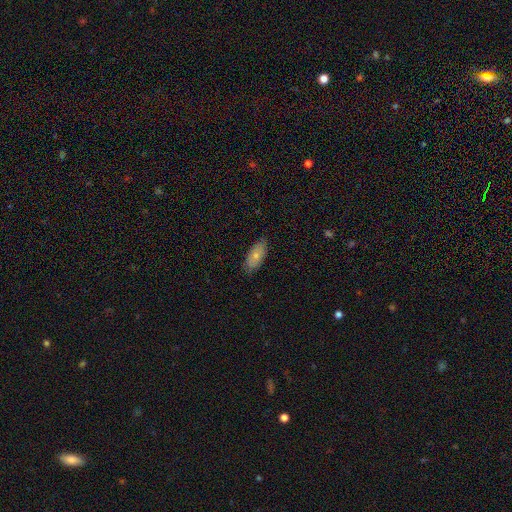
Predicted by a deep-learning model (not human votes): Morphology: type=smooth (72%); roundness=in between (88%); merging=none (80%).